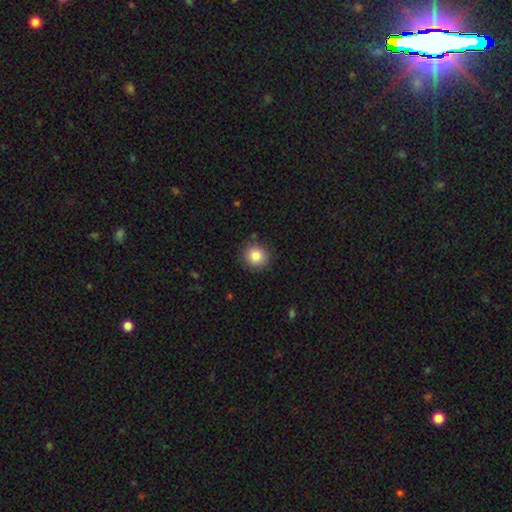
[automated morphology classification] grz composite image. It shows a smooth galaxy with no disk features (85%) that is round (90%). Merging: none (87%).